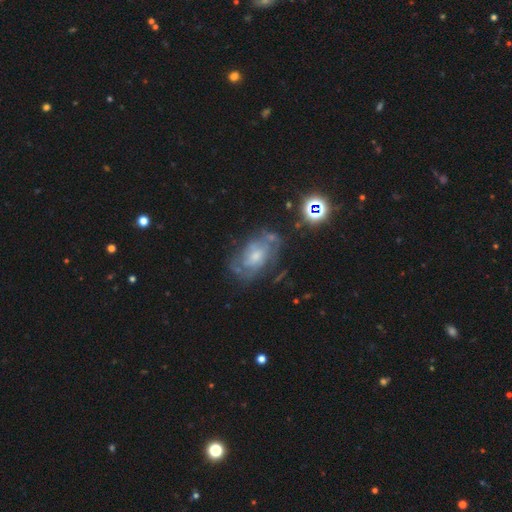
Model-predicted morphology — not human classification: Smooth or featured? Predicted: featured or disk (p=0.69). Edge-on disk? Predicted: no (p=0.96). Bar? Predicted: no (p=0.68). Spiral arms? Predicted: yes (p=0.73). Bulge size? Predicted: moderate (p=0.43, tied with small). Merging? Predicted: none (p=0.56).